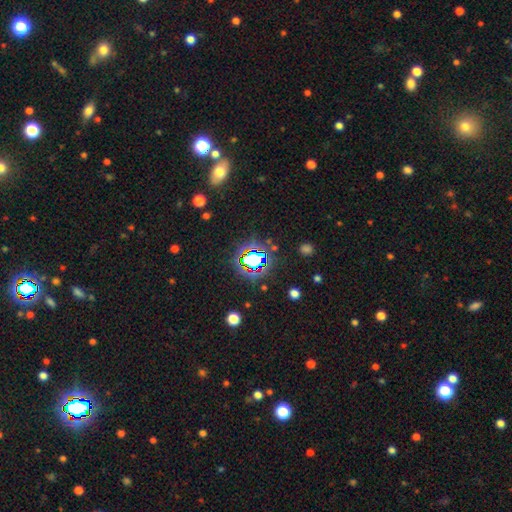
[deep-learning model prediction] A star or artifact, not a galaxy (68%).

Vote fractions:
- Smooth or featured? star or artifact: 68% / smooth: 20% / featured or disk: 12%